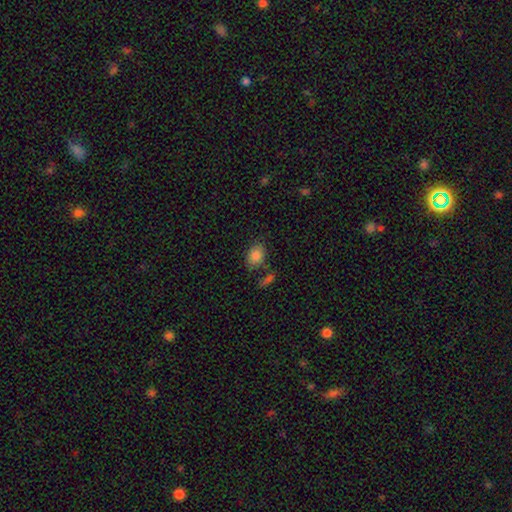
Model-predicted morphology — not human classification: The model was most divided on "how rounded": in between: 70%, round: 28%, cigar-shaped: 1%. More confident: smooth or featured — smooth (84%); merging — none (68%).